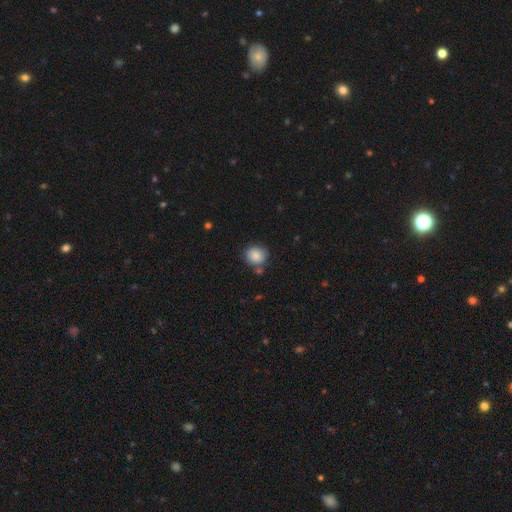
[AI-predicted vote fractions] smooth-or-featured: smooth: 87% | star or artifact: 8% | featured or disk: 5%
  how-rounded: round: 84% | in between: 15% | cigar-shaped: 1%
  merging: none: 73% | minor disturbance: 14% | merger: 9% | major disturbance: 4%